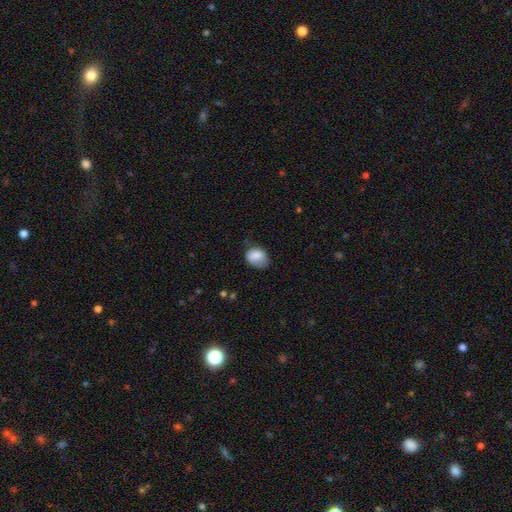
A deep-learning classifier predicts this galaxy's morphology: A smooth galaxy with no disk features (81%) that is in between round and cigar-shaped (62%).

Vote fractions:
- Smooth or featured? smooth: 81% / featured or disk: 11% / star or artifact: 8%
- How rounded? in between: 62% / round: 37% / cigar-shaped: 1%
- Merging? none: 49% / minor disturbance: 35% / major disturbance: 14% / merger: 2%